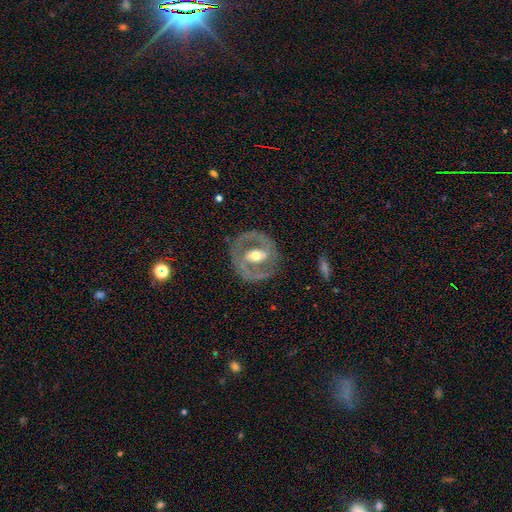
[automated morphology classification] A featured or disk galaxy (79%) with a weak bar (36%), spiral arms (66%) and a moderate central bulge (71%).

Vote fractions:
- Smooth or featured? featured or disk: 79% / smooth: 16% / star or artifact: 5%
- Edge-on disk? no: 95% / yes: 5%
- Bar? weak: 36% / strong: 35% / no: 29%
- Spiral arms? yes: 66% / no: 34%
- Bulge size? moderate: 71% / small: 16% / large: 11% / dominant: 1% / none: 1%
- Merging? none: 82% / minor disturbance: 11% / major disturbance: 6% / merger: 1%